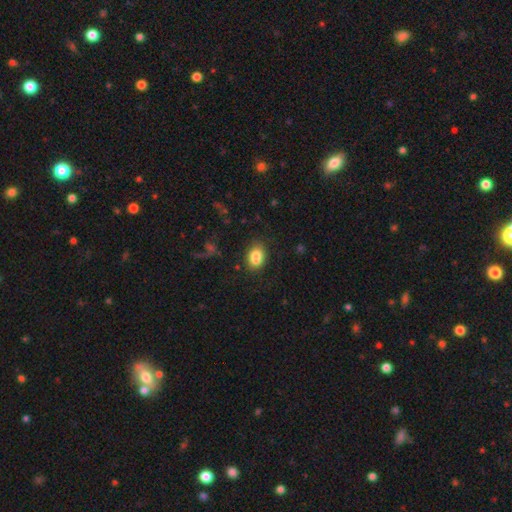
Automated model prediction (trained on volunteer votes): This appears to be a smooth galaxy with no disk features (81%) that is in between round and cigar-shaped (68%). Merging: none (62%).